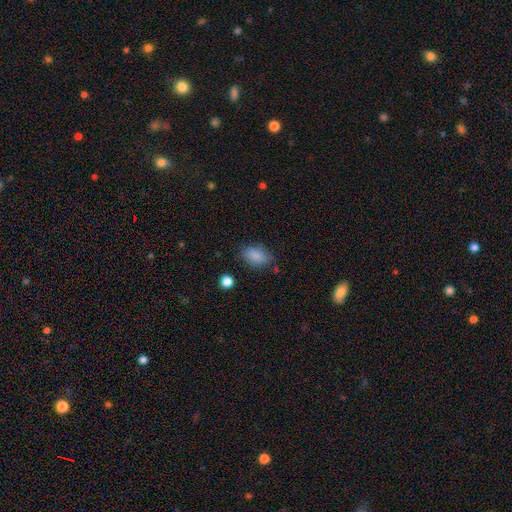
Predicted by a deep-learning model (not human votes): Smooth or featured? smooth (85%)
How rounded? in between (88%)
Merging? none (70%)